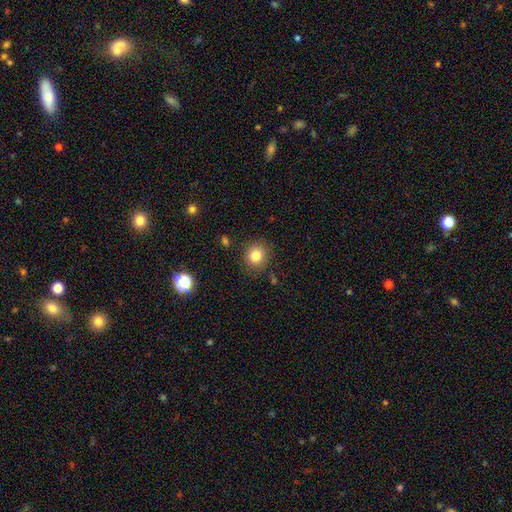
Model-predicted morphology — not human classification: The model was most divided on "smooth or featured": smooth: 82%, star or artifact: 12%, featured or disk: 7%. More confident: merging — none (87%); how rounded — round (85%).